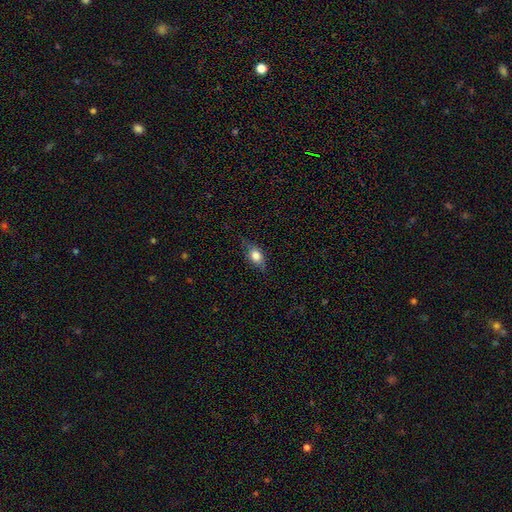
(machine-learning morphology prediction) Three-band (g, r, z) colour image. It shows a smooth galaxy with no disk features (76%) that is in between round and cigar-shaped (77%). Merging: none (72%).